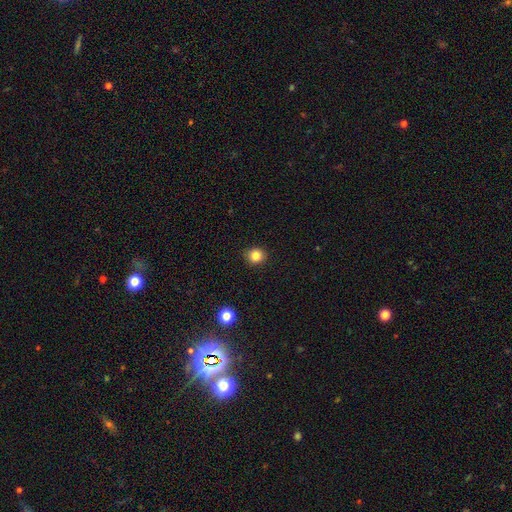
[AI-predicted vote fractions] Morphology: type=smooth (83%); roundness=round (89%); merging=none (91%).